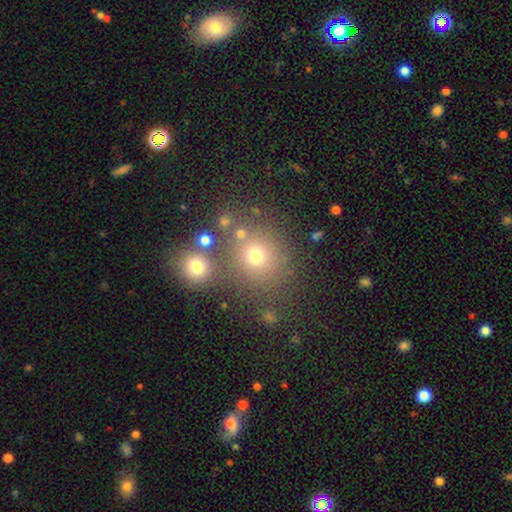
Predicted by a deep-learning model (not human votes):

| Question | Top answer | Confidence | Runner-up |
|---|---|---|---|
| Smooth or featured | smooth | 70% | star or artifact (20%) |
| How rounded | round | 83% | in between (16%) |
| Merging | none | 67% | merger (18%) |